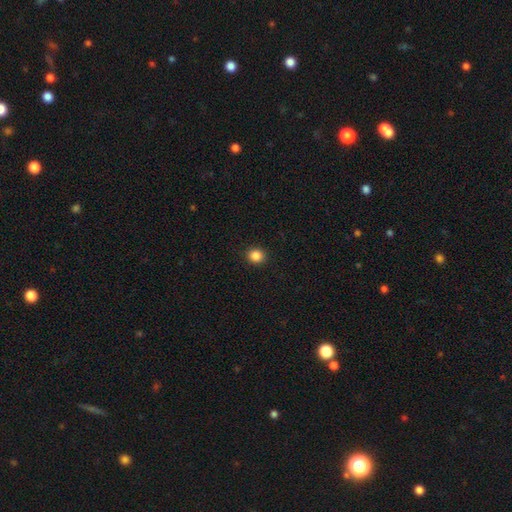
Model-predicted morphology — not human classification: Smooth or featured? Predicted: smooth (p=0.86). How rounded? Predicted: round (p=0.85). Merging? Predicted: none (p=0.92).